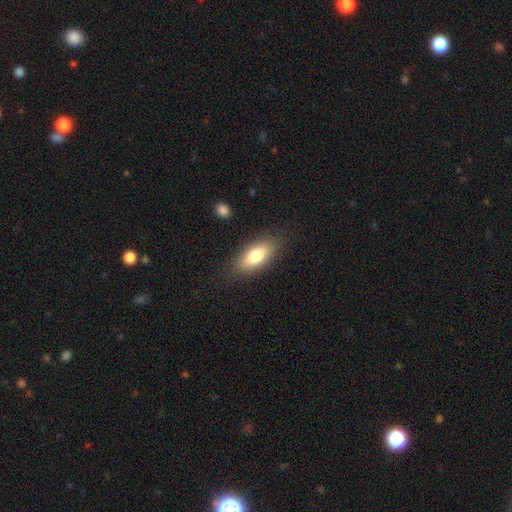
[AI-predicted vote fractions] smooth 78%, featured or disk 15%, star or artifact 7%. Down the decision tree: how rounded — in between (81%); merging — none (84%).